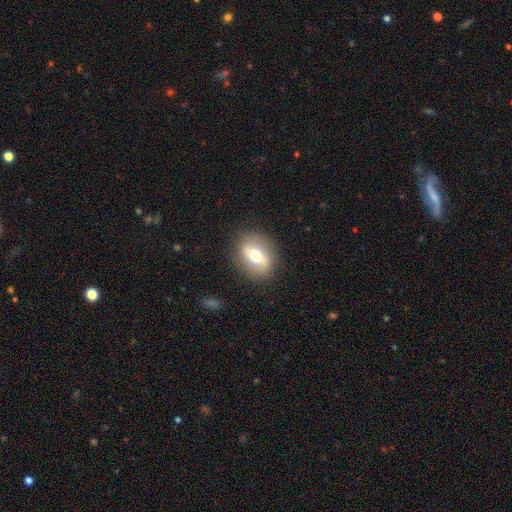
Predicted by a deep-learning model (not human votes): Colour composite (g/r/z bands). It shows a featured or disk galaxy (48%). Merging: none (84%).